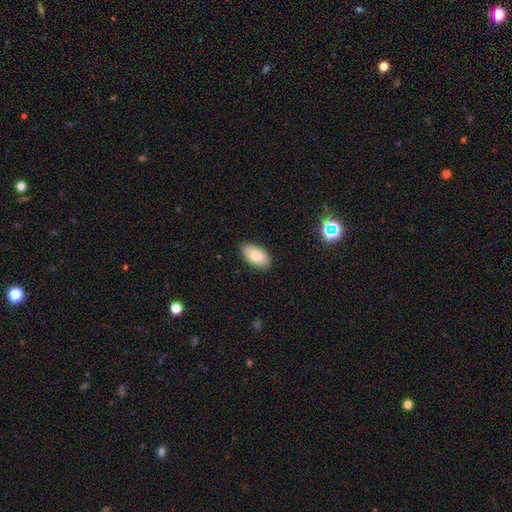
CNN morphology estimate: This is likely a smooth galaxy (78%). How rounded: clearly in between (94%). Merging: clearly none (88%).